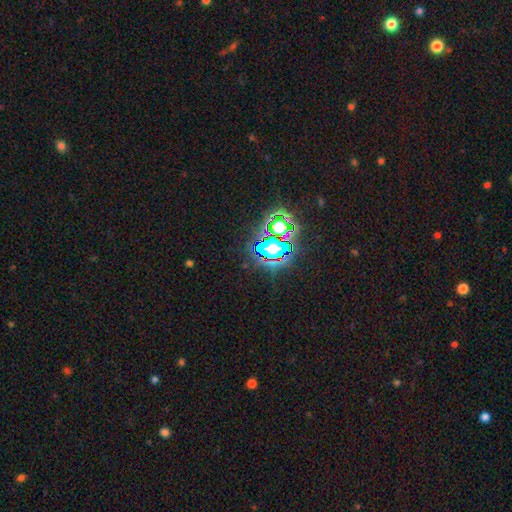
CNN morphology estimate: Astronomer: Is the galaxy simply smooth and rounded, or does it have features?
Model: star or artifact — 82%.